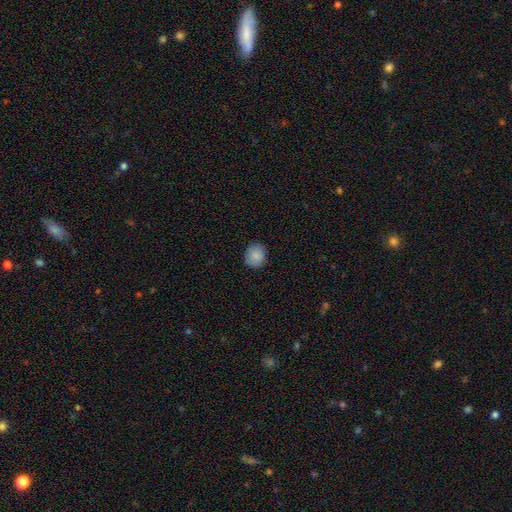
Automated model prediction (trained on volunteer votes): The model was most divided on "how rounded": round: 74%, in between: 25%, cigar-shaped: 1%. More confident: smooth or featured — smooth (85%); merging — none (85%).